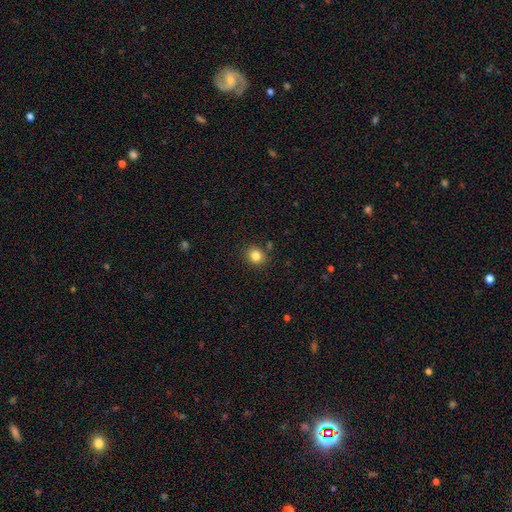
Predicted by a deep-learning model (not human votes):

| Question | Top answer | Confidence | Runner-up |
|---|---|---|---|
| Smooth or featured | smooth | 84% | star or artifact (11%) |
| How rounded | round | 71% | in between (28%) |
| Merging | none | 85% | minor disturbance (10%) |